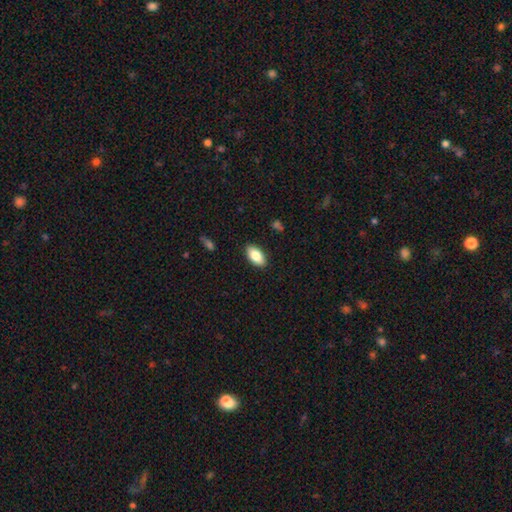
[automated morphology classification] This is clearly a smooth galaxy (84%). How rounded: clearly in between (93%). Merging: clearly none (88%).